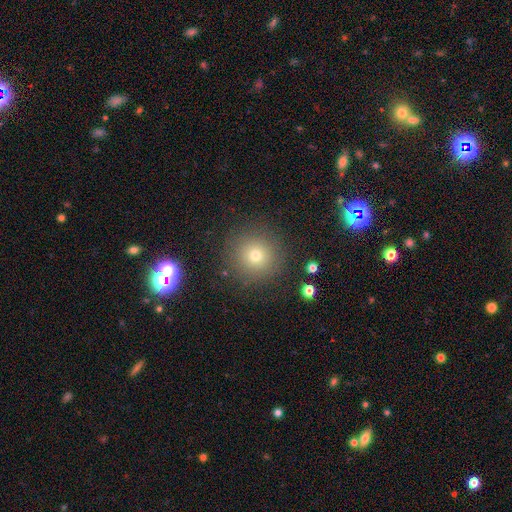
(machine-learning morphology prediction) smooth 72%, star or artifact 17%, featured or disk 12%. Down the decision tree: how rounded — round (95%); merging — none (87%).